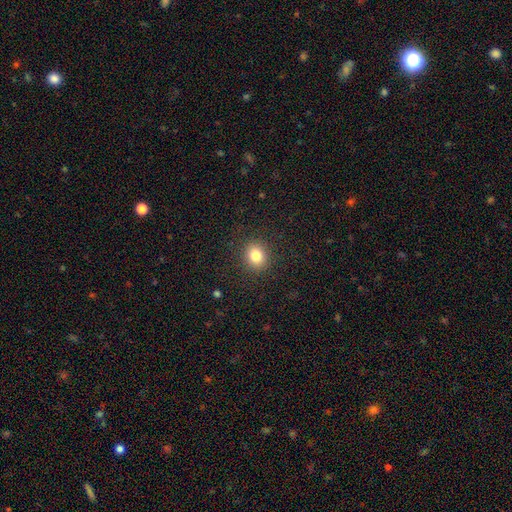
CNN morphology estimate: Smooth or featured? smooth (81%)
How rounded? round (76%)
Merging? none (90%)